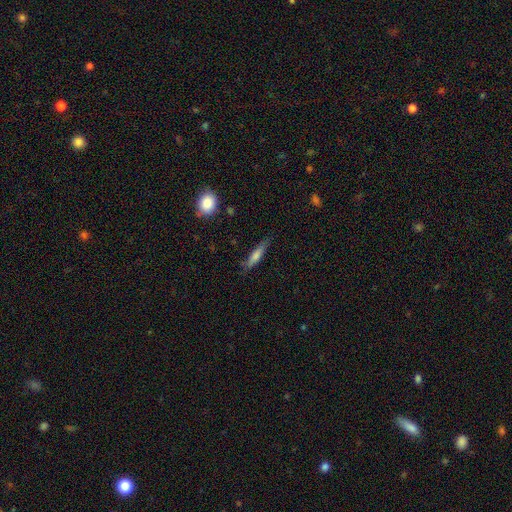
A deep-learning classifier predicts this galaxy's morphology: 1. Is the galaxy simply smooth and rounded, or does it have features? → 66% smooth, 27% featured or disk, 7% star or artifact.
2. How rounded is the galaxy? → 82% cigar-shaped, 16% in between, 2% round.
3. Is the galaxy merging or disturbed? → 76% none, 18% minor disturbance, 4% major disturbance, 2% merger.